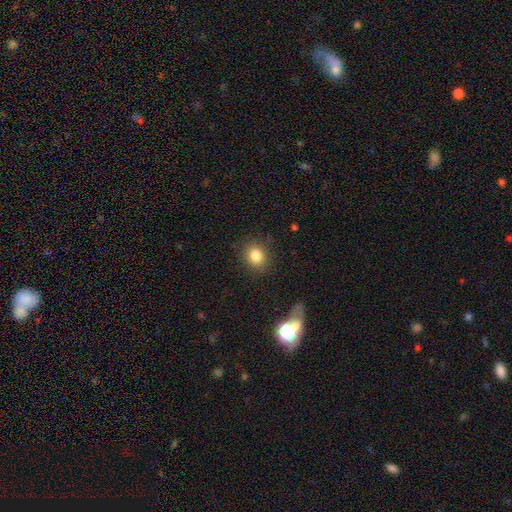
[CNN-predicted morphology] Overall: smooth (82%). How rounded: round (69%; in between 30%). Merging: none (87%).